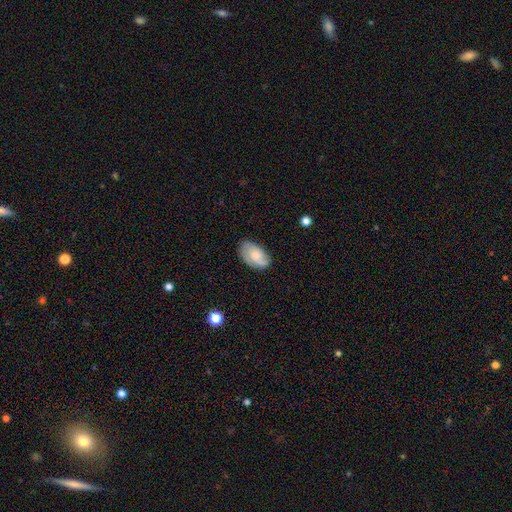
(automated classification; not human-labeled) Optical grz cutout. It shows a smooth galaxy with no disk features (52%) that is in between round and cigar-shaped (92%). Merging: none (69%).